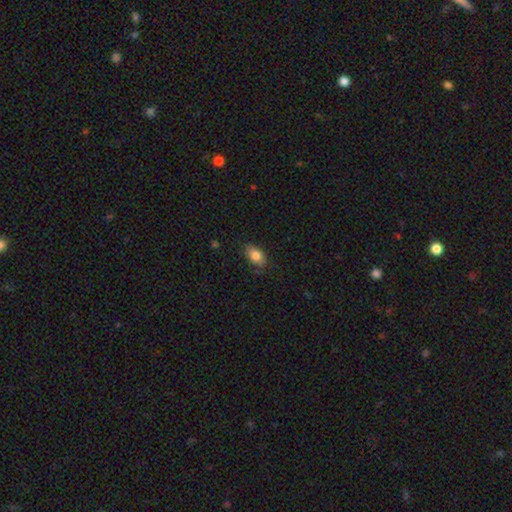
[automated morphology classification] Smooth or featured: smooth — 83% (featured or disk — 9%)
How rounded: in between — 87% (round — 10%)
Merging: none — 81% (minor disturbance — 15%)